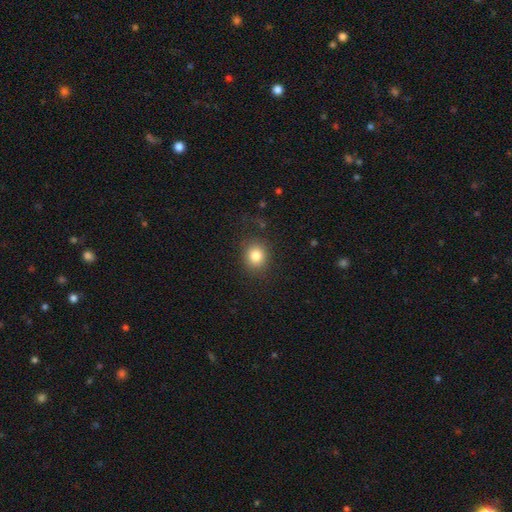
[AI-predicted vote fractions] Overall: smooth (82%). How rounded: round (76%). Merging: none (84%).